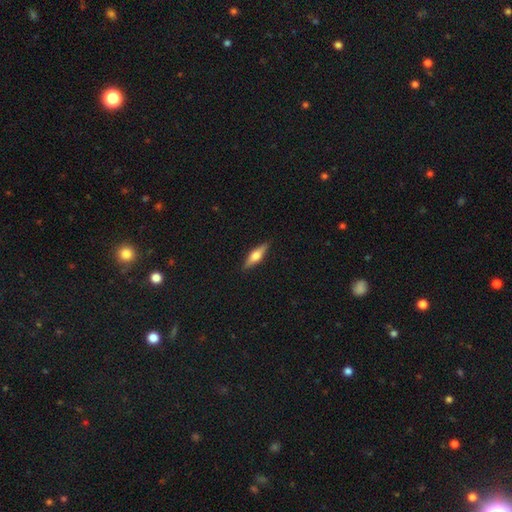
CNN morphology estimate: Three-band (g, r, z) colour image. It shows a featured or disk galaxy (57%) viewed edge-on (95%) with a rounded central bulge (92%). Merging: none (89%).